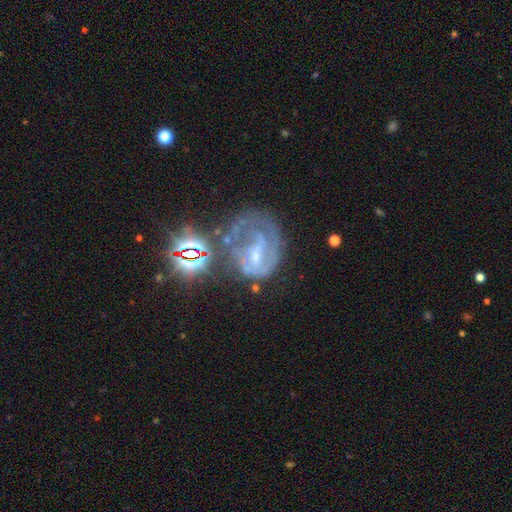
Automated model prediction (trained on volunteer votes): The model was most divided on "merging": major disturbance: 38%, none: 33%, minor disturbance: 21%, merger: 8%. Remaining: edge-on disk — no (97%); smooth or featured — featured or disk (69%); spiral arms — yes (64%); bulge size — small (49%); bar — weak (44%).